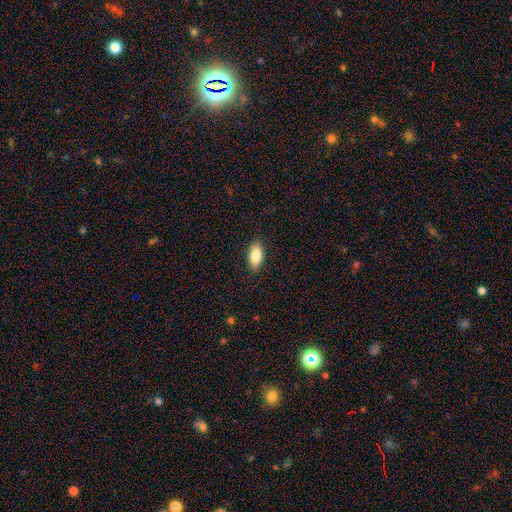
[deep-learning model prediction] A smooth galaxy with no disk features (81%) that is in between round and cigar-shaped (89%). Merging: none (88%).